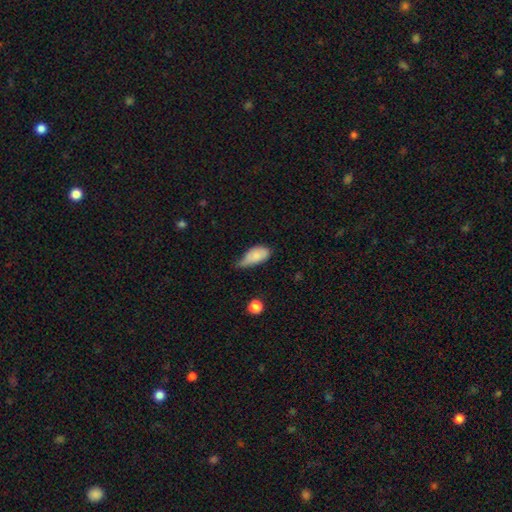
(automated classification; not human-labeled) Smooth or featured?
  - smooth: 80% *
  - featured or disk: 13%
  - star or artifact: 7%
How rounded?
  - in between: 92% *
  - cigar-shaped: 5%
  - round: 4%
Merging?
  - minor disturbance: 53% *
  - none: 24%
  - major disturbance: 19%
  - merger: 4%